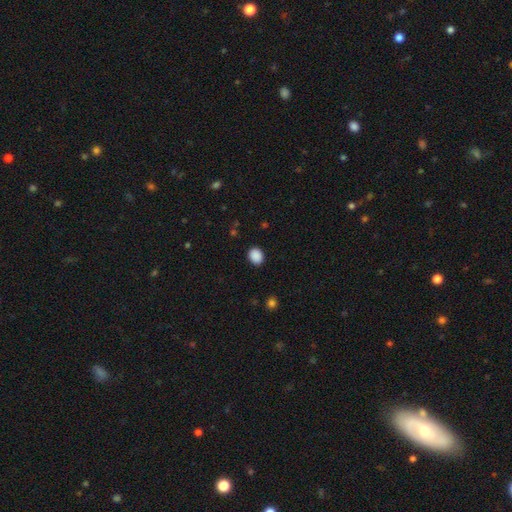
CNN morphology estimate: Overall: smooth (89%). How rounded: in between (53%; round 47%). Merging: none (88%).